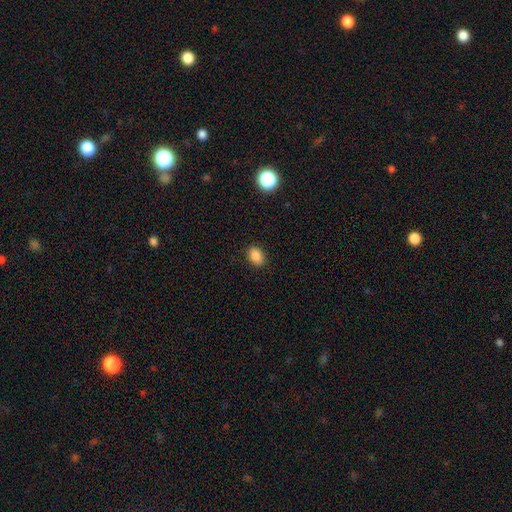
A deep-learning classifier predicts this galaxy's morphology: Smooth or featured: smooth — 87% (star or artifact — 10%)
How rounded: in between — 80% (round — 18%)
Merging: none — 89% (minor disturbance — 8%)